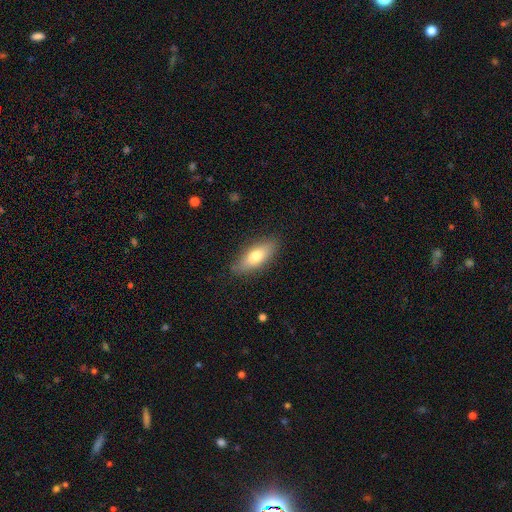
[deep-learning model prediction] A smooth galaxy with no disk features (75%) that is in between round and cigar-shaped (73%). Merging: none (84%).